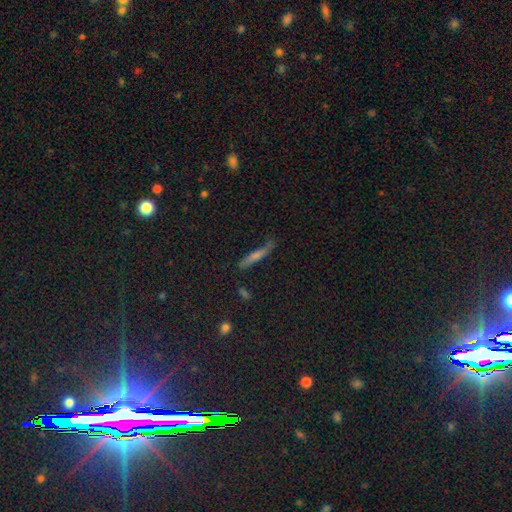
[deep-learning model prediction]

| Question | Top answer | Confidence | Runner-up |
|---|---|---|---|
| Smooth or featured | smooth | 49% | featured or disk (37%) |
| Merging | none | 68% | minor disturbance (22%) |